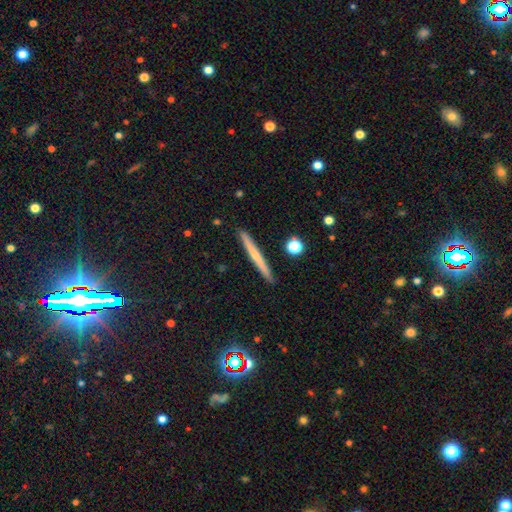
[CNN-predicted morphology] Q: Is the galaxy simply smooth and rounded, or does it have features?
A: featured or disk — 47%.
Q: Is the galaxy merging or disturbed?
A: none — 91%.